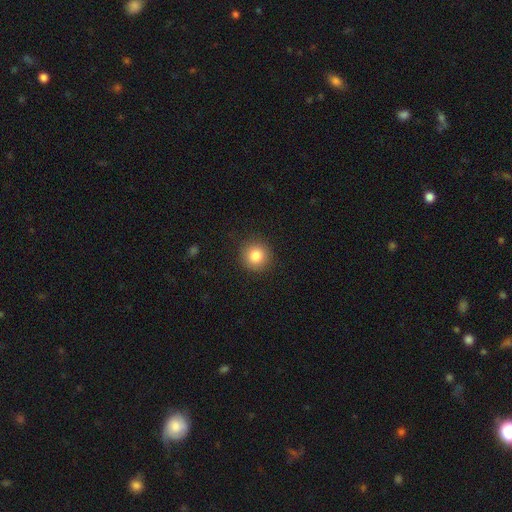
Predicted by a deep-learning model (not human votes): Smooth or featured: smooth — 84% (star or artifact — 10%)
How rounded: round — 94% (in between — 5%)
Merging: none — 91% (minor disturbance — 6%)